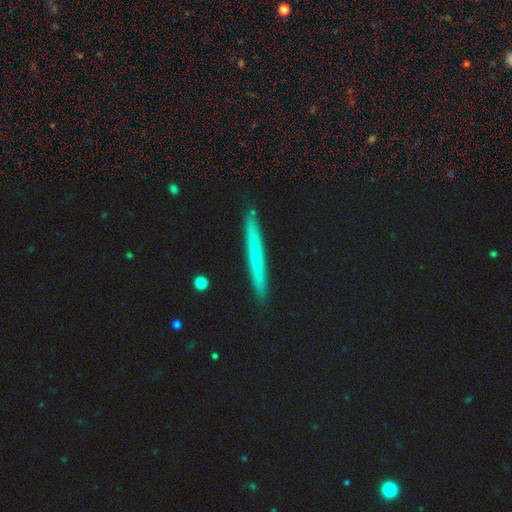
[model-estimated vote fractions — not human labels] Smooth or featured: smooth — 53% (featured or disk — 35%)
How rounded: cigar-shaped — 96% (in between — 2%)
Merging: none — 91% (minor disturbance — 7%)